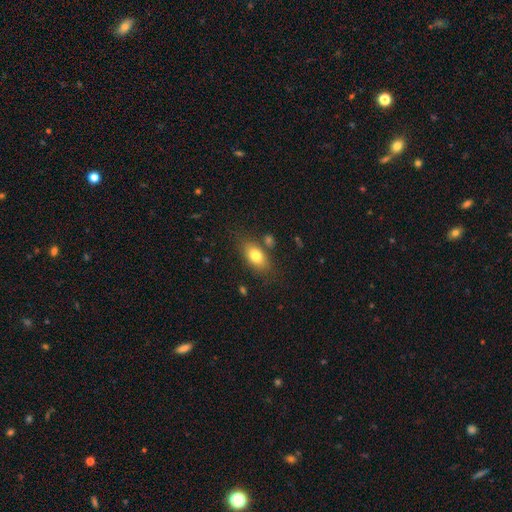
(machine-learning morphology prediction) smooth-or-featured: smooth: 78% | featured or disk: 14% | star or artifact: 8%
  how-rounded: in between: 85% | round: 9% | cigar-shaped: 5%
  merging: none: 75% | minor disturbance: 14% | merger: 7% | major disturbance: 4%